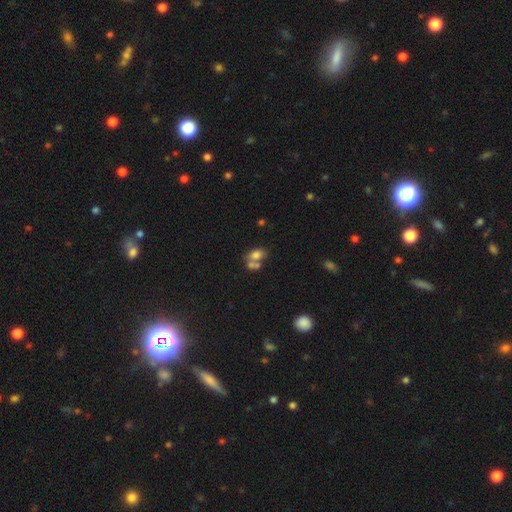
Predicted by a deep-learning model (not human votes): A smooth galaxy with no disk features (72%) that is in between round and cigar-shaped (76%). Merging: merger (53%).